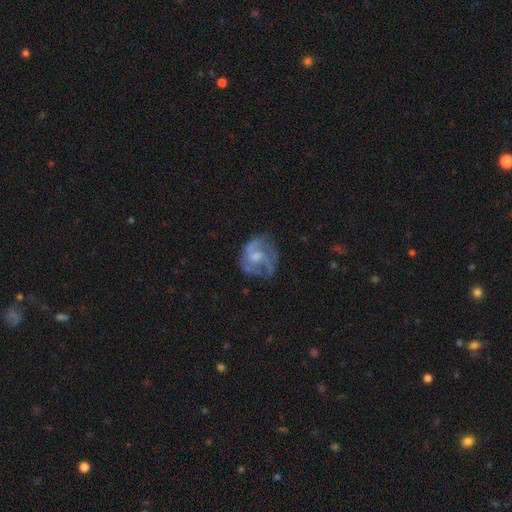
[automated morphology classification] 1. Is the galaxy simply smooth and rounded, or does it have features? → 67% featured or disk, 25% smooth, 8% star or artifact.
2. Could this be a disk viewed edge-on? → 98% no, 2% yes.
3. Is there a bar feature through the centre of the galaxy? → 63% no, 31% weak, 5% strong.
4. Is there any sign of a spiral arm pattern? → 66% yes, 34% no.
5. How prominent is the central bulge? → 54% moderate, 27% small, 11% none, 6% large, 1% dominant.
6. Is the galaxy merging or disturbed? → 54% none, 22% minor disturbance, 20% major disturbance, 3% merger.